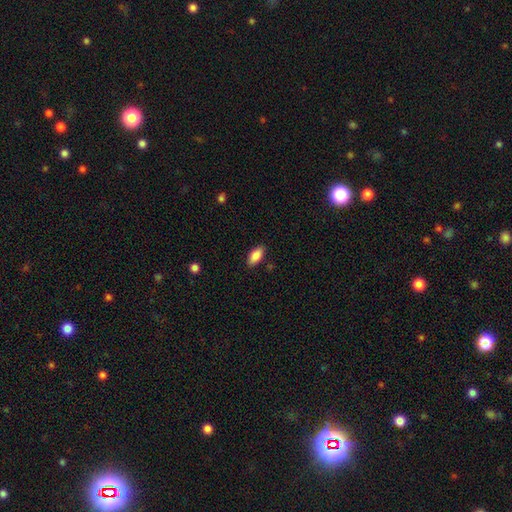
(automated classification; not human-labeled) A smooth galaxy with no disk features (86%) that is in between round and cigar-shaped (88%).

Vote fractions:
- Smooth or featured? smooth: 86% / featured or disk: 7% / star or artifact: 7%
- How rounded? in between: 88% / cigar-shaped: 9% / round: 2%
- Merging? none: 86% / minor disturbance: 10% / major disturbance: 2% / merger: 1%